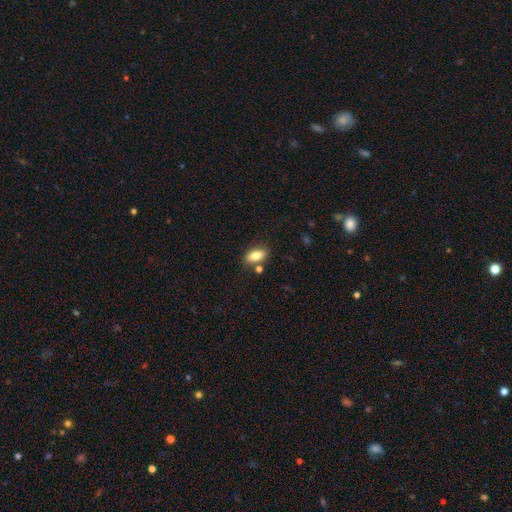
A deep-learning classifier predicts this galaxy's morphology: smooth_or_featured: smooth (p=0.82) [alt: featured or disk p=0.11]
how_rounded: in between (p=0.88) [alt: cigar-shaped p=0.07]
merging: none (p=0.75) [alt: minor disturbance p=0.12]